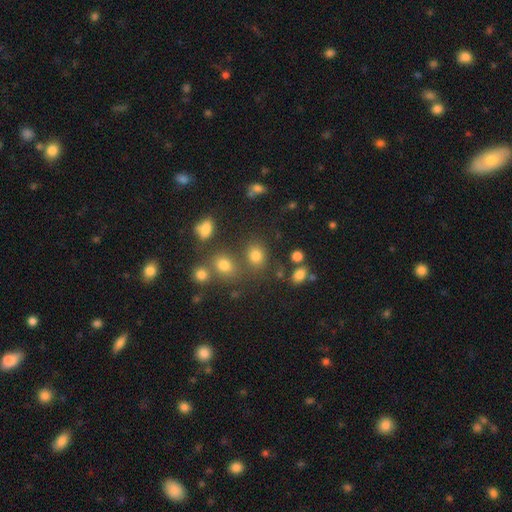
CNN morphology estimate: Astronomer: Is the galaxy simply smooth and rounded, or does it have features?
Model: smooth — 76%.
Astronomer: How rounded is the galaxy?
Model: round — 59% (runner-up: in between, 39%).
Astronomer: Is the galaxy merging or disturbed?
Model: none — 68%.